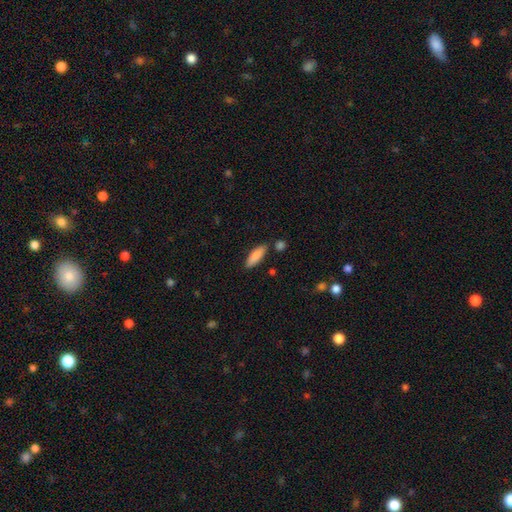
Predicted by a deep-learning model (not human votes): A smooth galaxy with no disk features (86%) that is in between round and cigar-shaped (54%).

Vote fractions:
- Smooth or featured? smooth: 86% / featured or disk: 7% / star or artifact: 6%
- How rounded? in between: 54% / cigar-shaped: 44% / round: 2%
- Merging? none: 80% / minor disturbance: 12% / merger: 5% / major disturbance: 3%